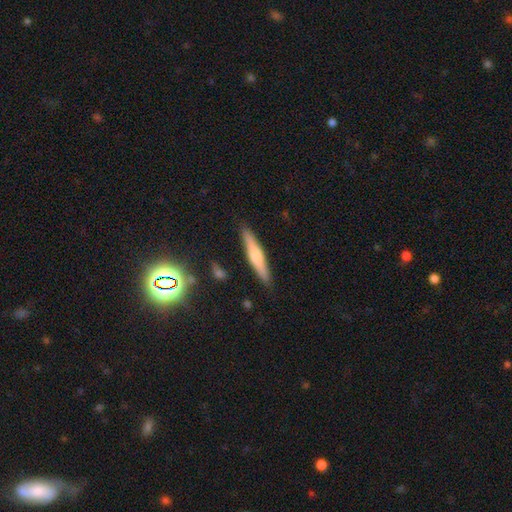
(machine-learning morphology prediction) smooth 56%, featured or disk 37%, star or artifact 7%. Down the decision tree: how rounded — cigar-shaped (89%); merging — none (88%).